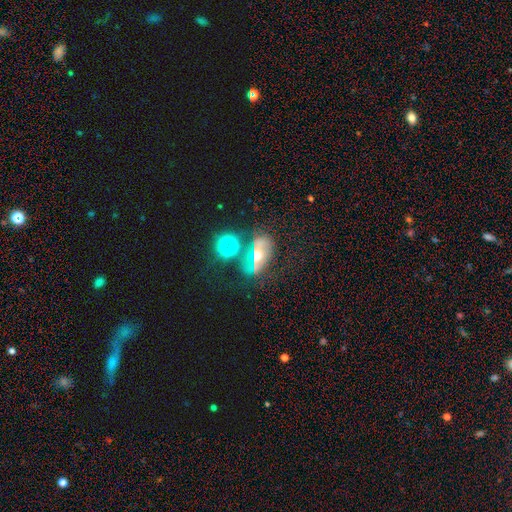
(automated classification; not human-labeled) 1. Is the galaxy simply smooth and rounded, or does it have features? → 38% smooth, 35% star or artifact, 27% featured or disk.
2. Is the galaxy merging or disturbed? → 63% none, 15% minor disturbance, 12% merger, 10% major disturbance.